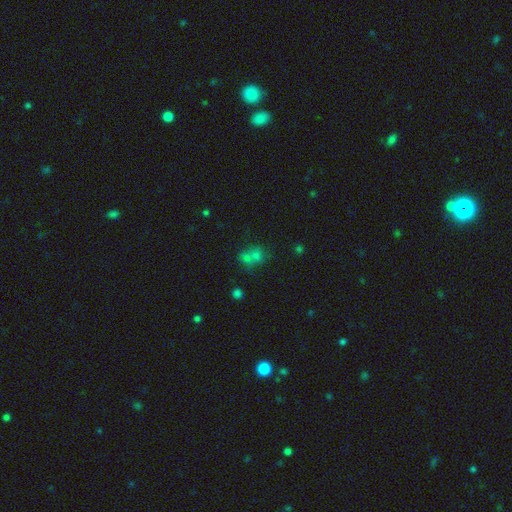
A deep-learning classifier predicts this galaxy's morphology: type=smooth (60%); roundness=round (67%); merging=merger (48%).